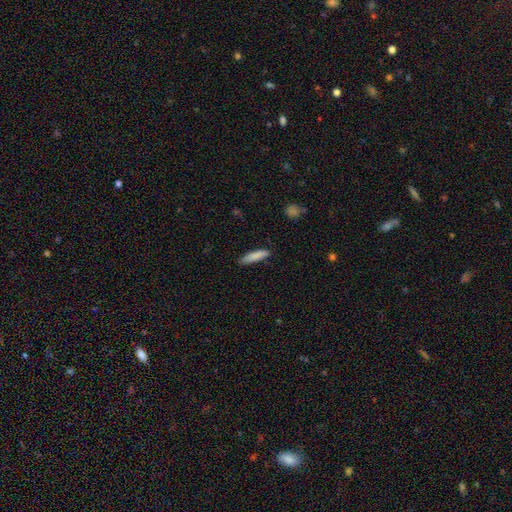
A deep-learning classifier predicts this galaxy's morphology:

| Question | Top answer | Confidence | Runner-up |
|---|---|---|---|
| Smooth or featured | smooth | 85% | featured or disk (8%) |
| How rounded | cigar-shaped | 80% | in between (18%) |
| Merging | none | 85% | minor disturbance (11%) |